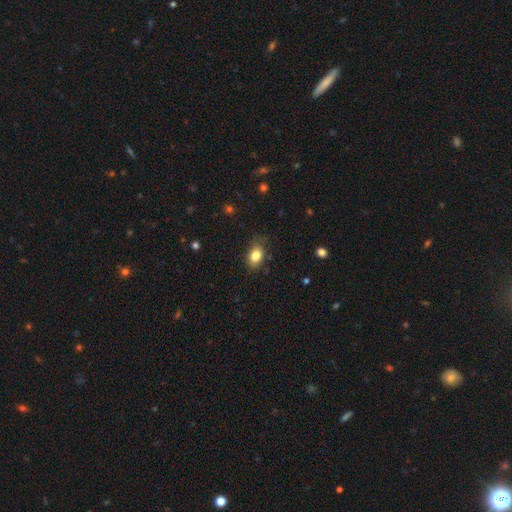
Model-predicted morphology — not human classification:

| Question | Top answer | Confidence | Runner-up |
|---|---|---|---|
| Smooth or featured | smooth | 83% | featured or disk (9%) |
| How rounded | in between | 82% | round (16%) |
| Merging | none | 76% | minor disturbance (18%) |